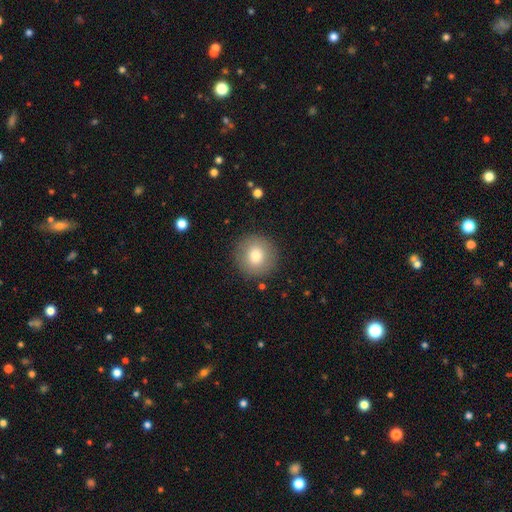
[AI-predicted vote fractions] Smooth or featured?
  - smooth: 78% *
  - featured or disk: 13%
  - star or artifact: 9%
How rounded?
  - round: 95% *
  - in between: 4%
  - cigar-shaped: 1%
Merging?
  - none: 89% *
  - minor disturbance: 7%
  - major disturbance: 2%
  - merger: 1%